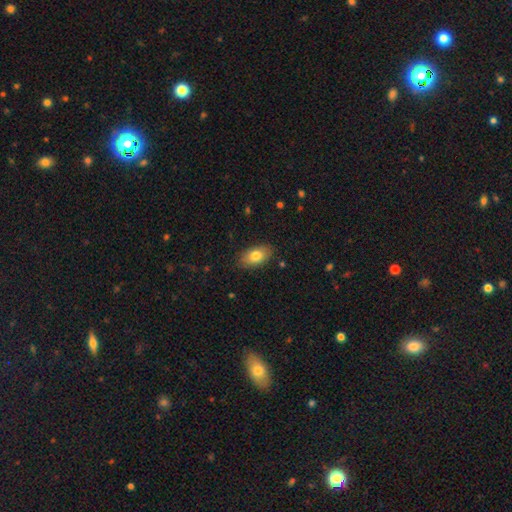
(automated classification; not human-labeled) This is likely a smooth galaxy (79%). How rounded: clearly in between (91%). Merging: clearly none (86%).